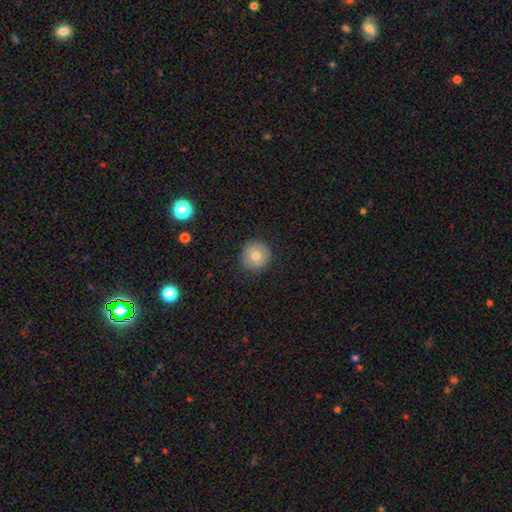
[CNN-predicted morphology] Smooth or featured: smooth — 77% (featured or disk — 14%)
How rounded: round — 95% (in between — 4%)
Merging: none — 90% (minor disturbance — 7%)